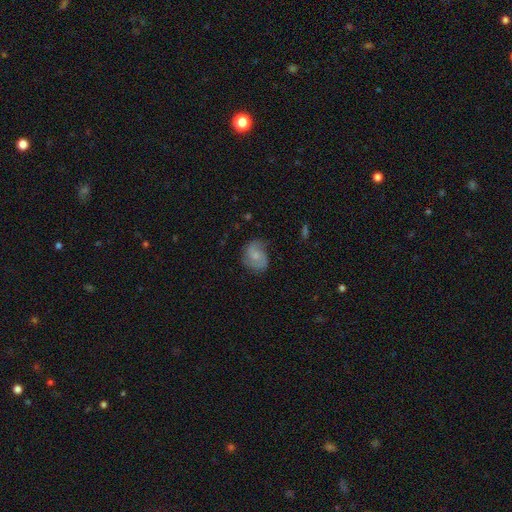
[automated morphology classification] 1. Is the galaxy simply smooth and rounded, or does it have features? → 49% featured or disk, 43% smooth, 8% star or artifact.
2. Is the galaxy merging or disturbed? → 63% none, 25% minor disturbance, 10% major disturbance, 2% merger.